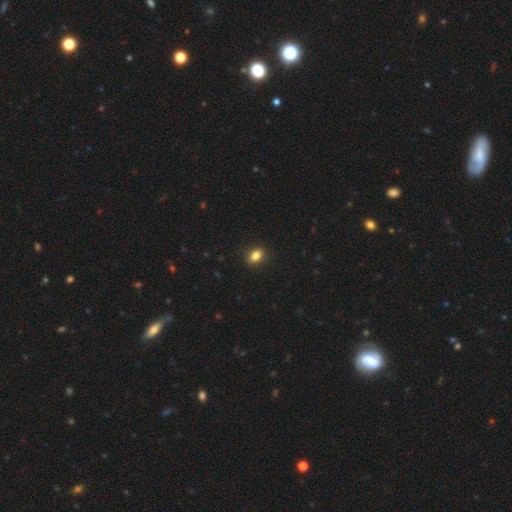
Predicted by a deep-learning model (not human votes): Overall: smooth (85%). How rounded: in between (73%). Merging: none (90%).